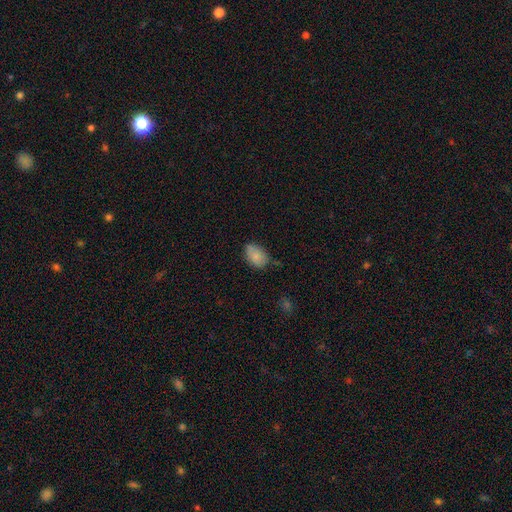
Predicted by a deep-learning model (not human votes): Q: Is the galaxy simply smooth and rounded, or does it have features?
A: smooth — 85%.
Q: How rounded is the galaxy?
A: in between — 89%.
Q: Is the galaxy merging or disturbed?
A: none — 68%.